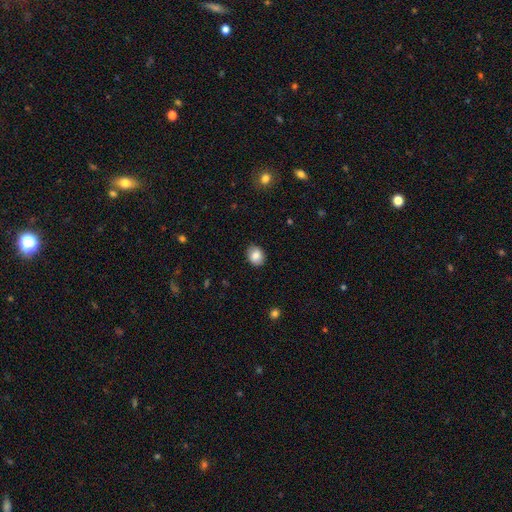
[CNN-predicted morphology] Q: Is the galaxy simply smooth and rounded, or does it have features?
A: smooth — 83%.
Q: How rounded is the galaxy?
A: in between — 50%.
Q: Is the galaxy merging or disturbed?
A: none — 87%.